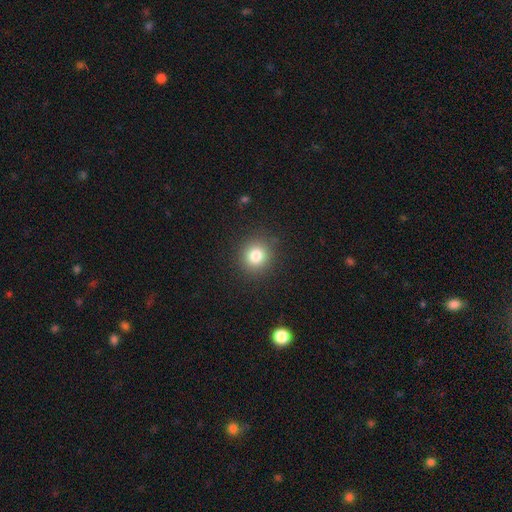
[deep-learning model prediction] Morphology: type=smooth (80%); roundness=round (89%); merging=none (89%).